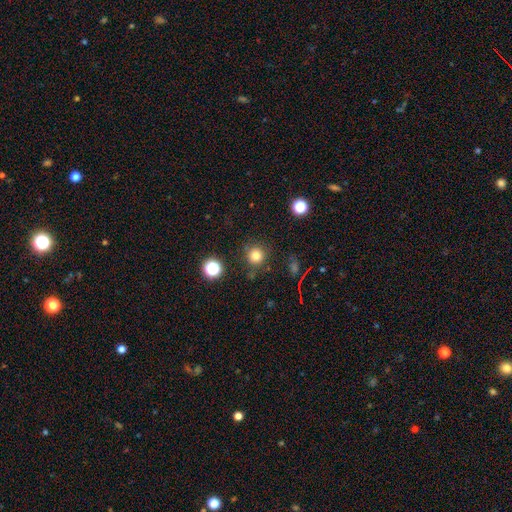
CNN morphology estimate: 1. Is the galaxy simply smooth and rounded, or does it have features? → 80% smooth, 15% star or artifact, 5% featured or disk.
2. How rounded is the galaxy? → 94% round, 5% in between, 1% cigar-shaped.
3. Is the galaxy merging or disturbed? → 83% none, 9% minor disturbance, 4% merger, 3% major disturbance.